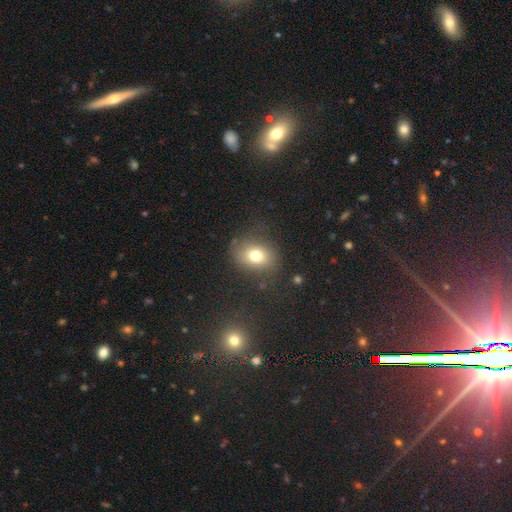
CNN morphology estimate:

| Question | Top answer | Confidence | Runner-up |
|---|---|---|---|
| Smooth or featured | smooth | 74% | star or artifact (13%) |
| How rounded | in between | 51% | round (48%) |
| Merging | none | 76% | minor disturbance (15%) |